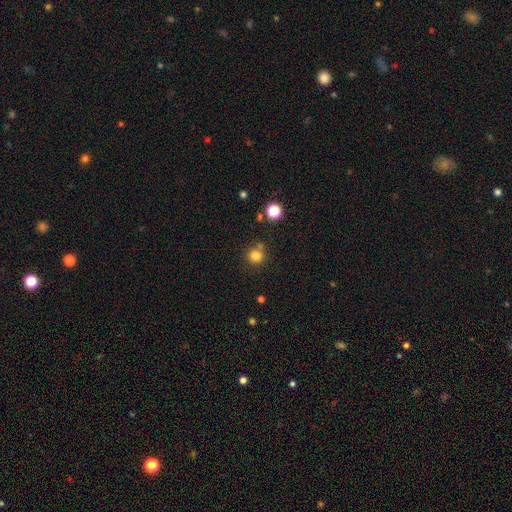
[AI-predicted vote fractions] A smooth galaxy with no disk features (80%) that is round (90%).

Vote fractions:
- Smooth or featured? smooth: 80% / star or artifact: 14% / featured or disk: 6%
- How rounded? round: 90% / in between: 9% / cigar-shaped: 1%
- Merging? none: 74% / merger: 13% / minor disturbance: 10% / major disturbance: 4%